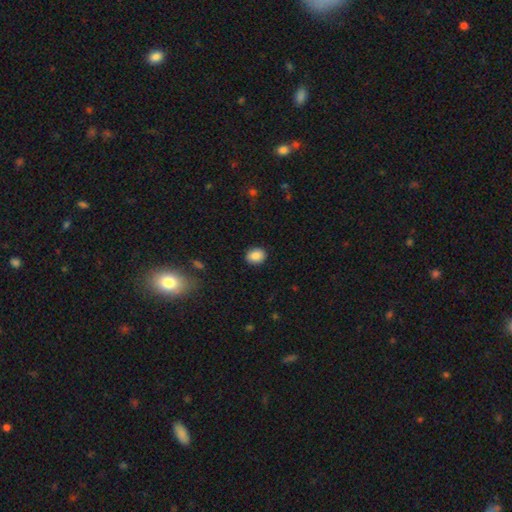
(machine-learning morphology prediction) Q: Smooth or featured?
A: smooth (87%); runner-up: star or artifact (8%)
Q: How rounded?
A: round (51%); runner-up: in between (48%)
Q: Merging?
A: none (88%); runner-up: minor disturbance (8%)